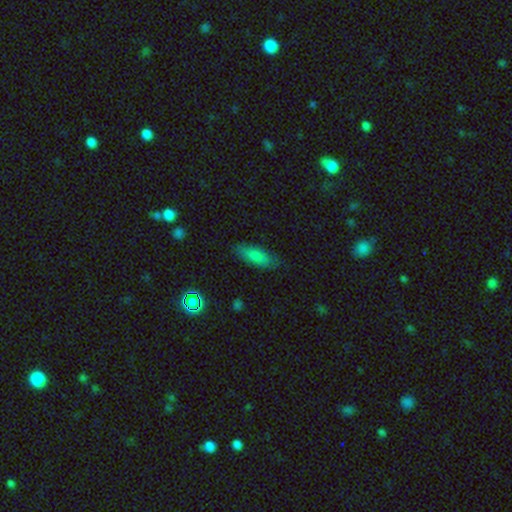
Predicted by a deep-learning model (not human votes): smooth 76%, featured or disk 15%, star or artifact 9%. Down the decision tree: how rounded — in between (70%); merging — none (80%).